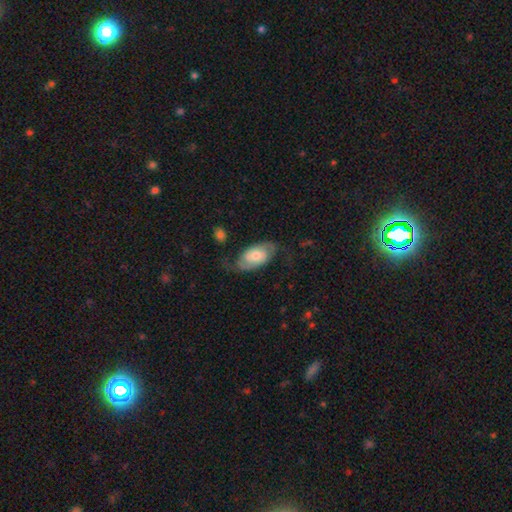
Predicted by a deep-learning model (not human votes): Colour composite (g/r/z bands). It shows a featured or disk galaxy (66%) with no bar (65%), 2 (85%) medium (40%) spiral arms (87%) and a moderate central bulge (58%). Merging: none (60%).